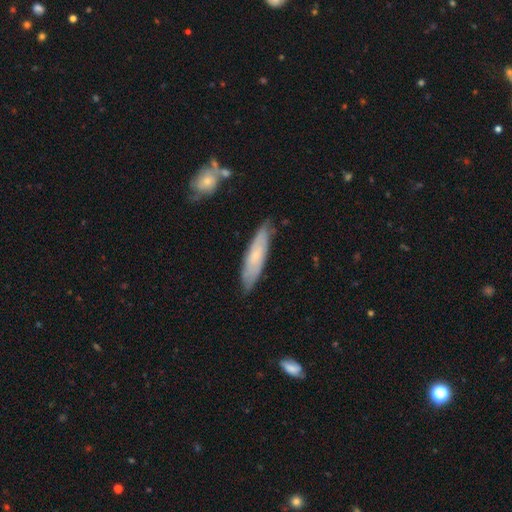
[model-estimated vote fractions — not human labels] Q: Smooth or featured?
A: smooth (55%); runner-up: featured or disk (39%)
Q: How rounded?
A: cigar-shaped (76%); runner-up: in between (23%)
Q: Merging?
A: none (81%); runner-up: minor disturbance (14%)